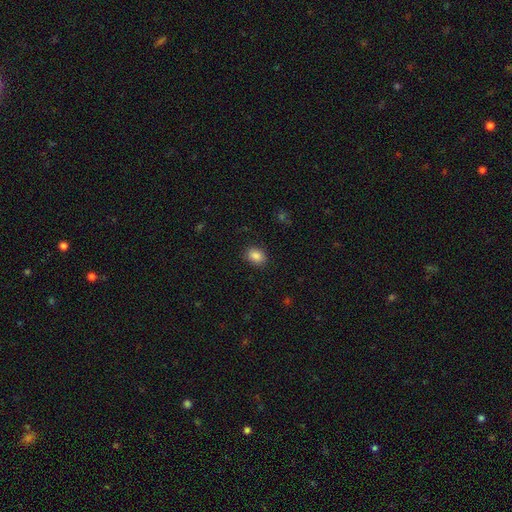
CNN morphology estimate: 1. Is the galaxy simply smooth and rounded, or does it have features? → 87% smooth, 9% star or artifact, 5% featured or disk.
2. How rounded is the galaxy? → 69% in between, 30% round, 1% cigar-shaped.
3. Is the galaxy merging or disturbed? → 87% none, 9% minor disturbance, 3% major disturbance, 1% merger.